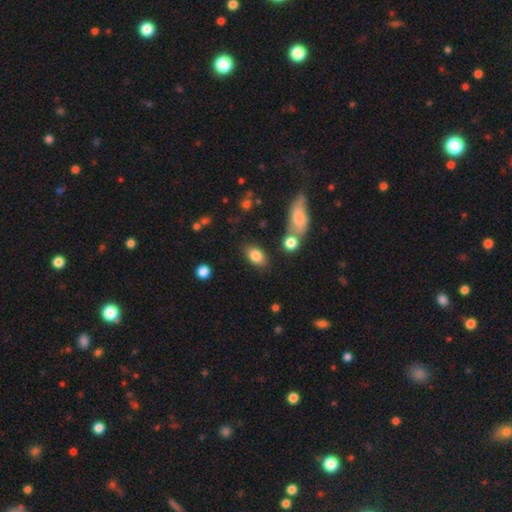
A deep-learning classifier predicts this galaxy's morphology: type=smooth (84%); roundness=in between (86%); merging=none (77%).